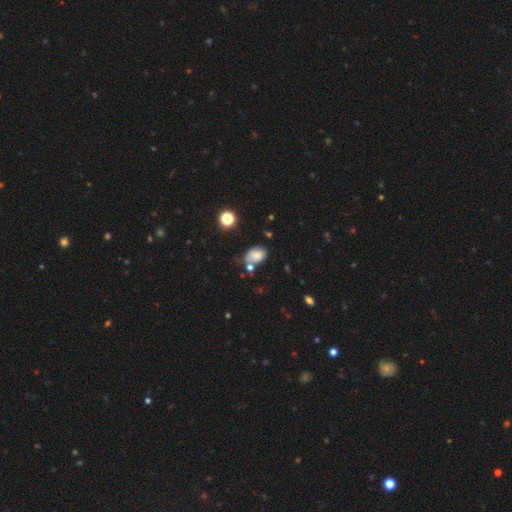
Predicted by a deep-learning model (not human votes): smooth_or_featured: smooth (p=0.77) [alt: star or artifact p=0.12]
how_rounded: in between (p=0.80) [alt: round p=0.19]
merging: none (p=0.48) [alt: minor disturbance p=0.26]